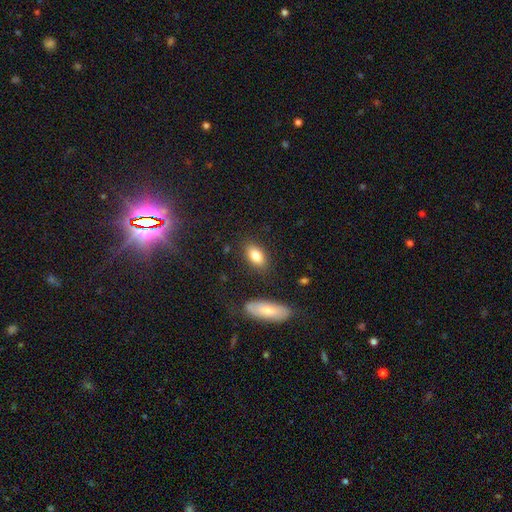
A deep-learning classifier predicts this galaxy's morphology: smooth_or_featured: smooth (p=0.82) [alt: featured or disk p=0.10]
how_rounded: in between (p=0.88) [alt: round p=0.06]
merging: none (p=0.83) [alt: minor disturbance p=0.11]